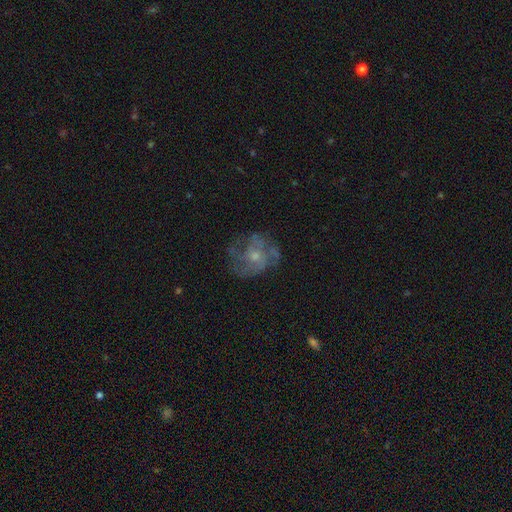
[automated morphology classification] Smooth or featured: featured or disk — 67% (smooth — 23%)
Edge-on disk: no — 98% (yes — 2%)
Bar: no — 80% (weak — 17%)
Spiral arms: yes — 71% (no — 29%)
Bulge size: small — 50% (moderate — 42%)
Merging: none — 60% (minor disturbance — 20%)